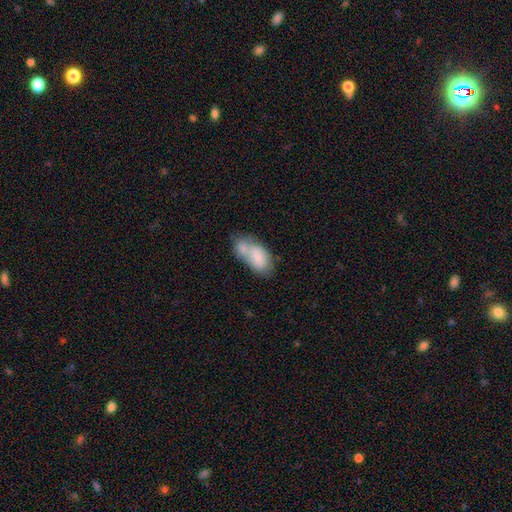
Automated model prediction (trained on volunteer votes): A smooth galaxy with no disk features (72%) that is in between round and cigar-shaped (91%).

Vote fractions:
- Smooth or featured? smooth: 72% / featured or disk: 21% / star or artifact: 7%
- How rounded? in between: 91% / round: 6% / cigar-shaped: 4%
- Merging? merger: 57% / none: 23% / minor disturbance: 14% / major disturbance: 7%